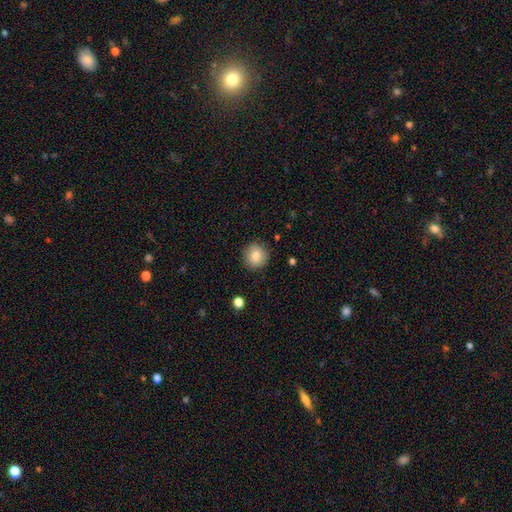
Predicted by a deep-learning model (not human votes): Smooth or featured? smooth (82%)
How rounded? round (92%)
Merging? none (89%)